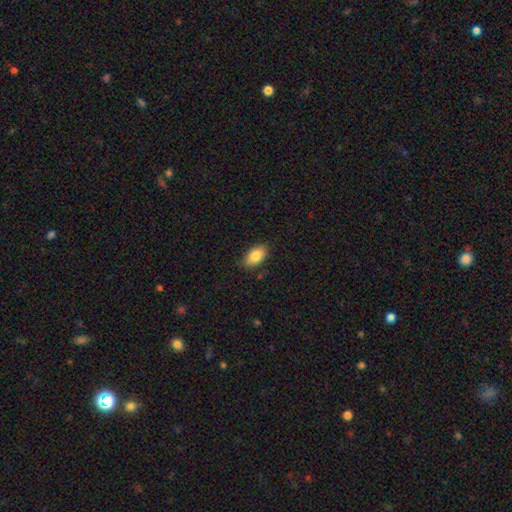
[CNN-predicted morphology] Smooth or featured: smooth — 84% (featured or disk — 9%)
How rounded: in between — 92% (round — 6%)
Merging: none — 84% (minor disturbance — 13%)